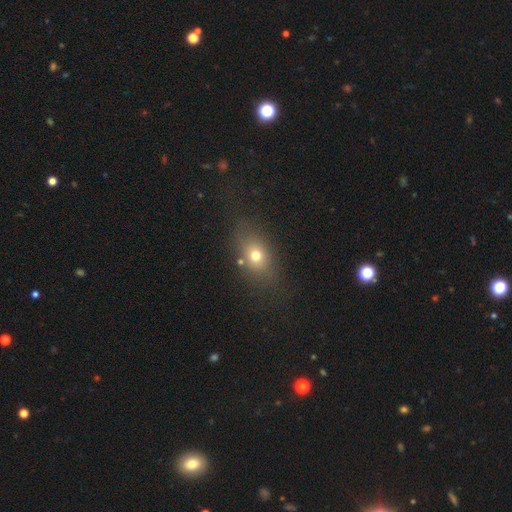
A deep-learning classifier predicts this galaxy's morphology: A smooth galaxy with no disk features (71%) that is in between round and cigar-shaped (63%). Merging: none (74%).